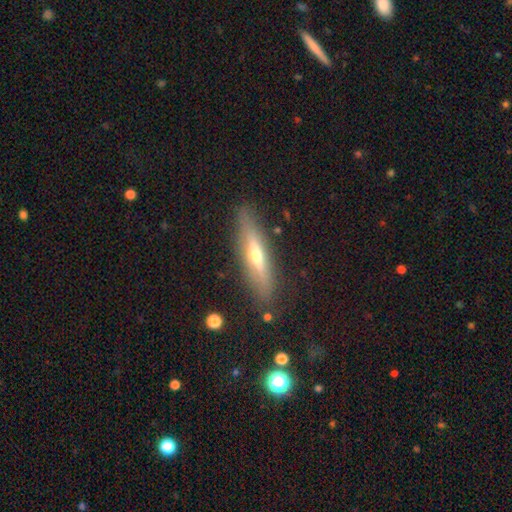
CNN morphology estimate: Smooth or featured? Predicted: featured or disk (p=0.58). Edge-on disk? Predicted: yes (p=0.86). Edge-on bulge? Predicted: rounded (p=0.87). Merging? Predicted: none (p=0.84).